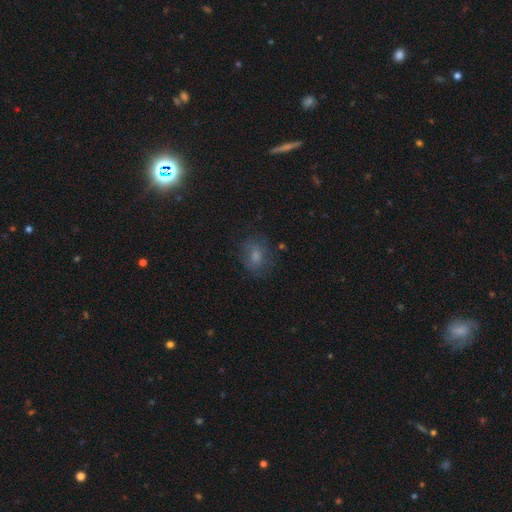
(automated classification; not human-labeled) The model was most divided on "how rounded": round: 57%, in between: 42%, cigar-shaped: 1%. More confident: merging — none (68%); smooth or featured — smooth (63%).